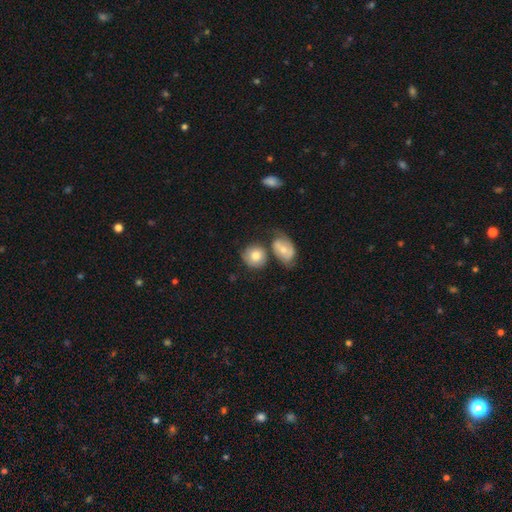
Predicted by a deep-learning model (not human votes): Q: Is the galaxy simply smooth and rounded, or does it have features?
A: smooth — 74%.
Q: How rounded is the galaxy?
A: round — 78%.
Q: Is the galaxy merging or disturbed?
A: none — 49%.